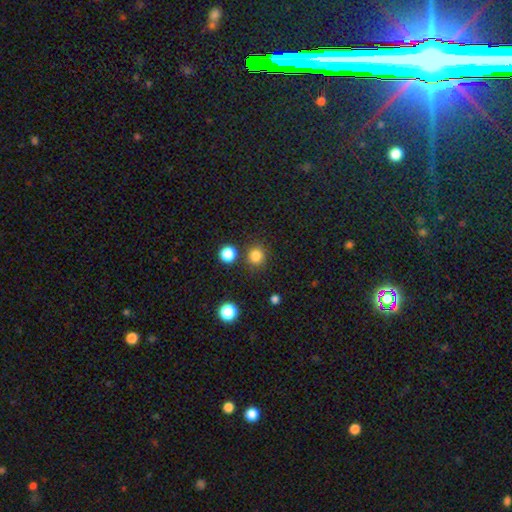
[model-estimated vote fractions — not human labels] Smooth or featured? Predicted: smooth (p=0.82). How rounded? Predicted: round (p=0.88). Merging? Predicted: none (p=0.83).